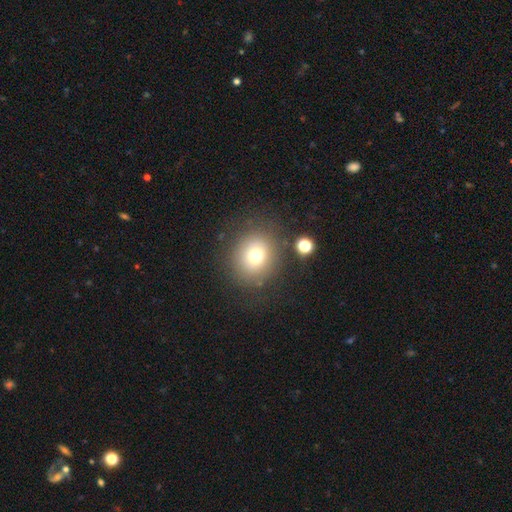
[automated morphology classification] smooth_or_featured: smooth (p=0.73) [alt: star or artifact p=0.15]
how_rounded: round (p=0.84) [alt: in between p=0.15]
merging: none (p=0.81) [alt: minor disturbance p=0.10]